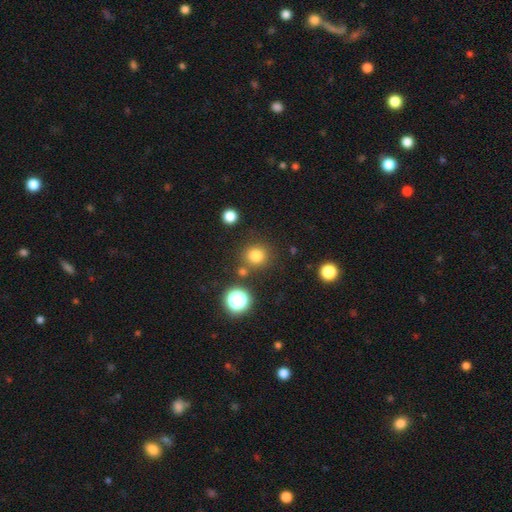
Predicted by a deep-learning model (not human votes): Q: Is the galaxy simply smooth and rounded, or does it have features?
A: smooth — 79%.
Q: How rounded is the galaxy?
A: round — 90%.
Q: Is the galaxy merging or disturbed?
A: none — 81%.